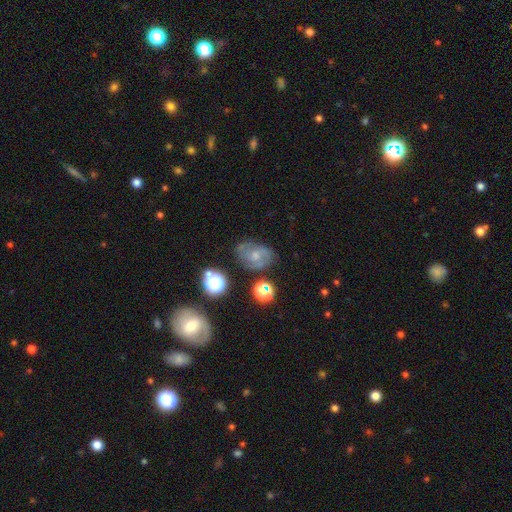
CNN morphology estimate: A featured or disk galaxy (55%) with no bar (67%), spiral arms (79%) and a small central bulge (49%). Merging: none (63%).